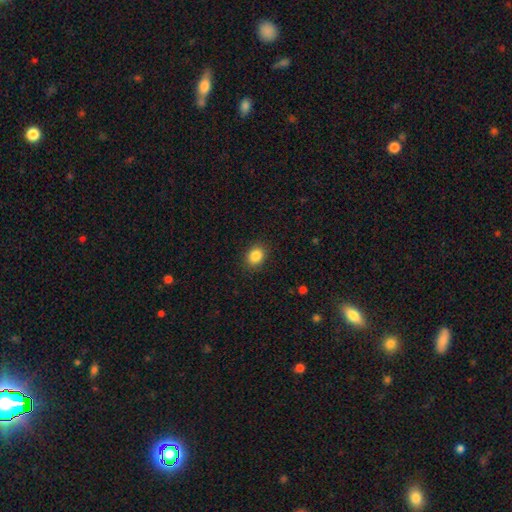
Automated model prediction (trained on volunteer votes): smooth_or_featured: smooth (p=0.86) [alt: star or artifact p=0.10]
how_rounded: round (p=0.59) [alt: in between p=0.40]
merging: none (p=0.88) [alt: minor disturbance p=0.08]